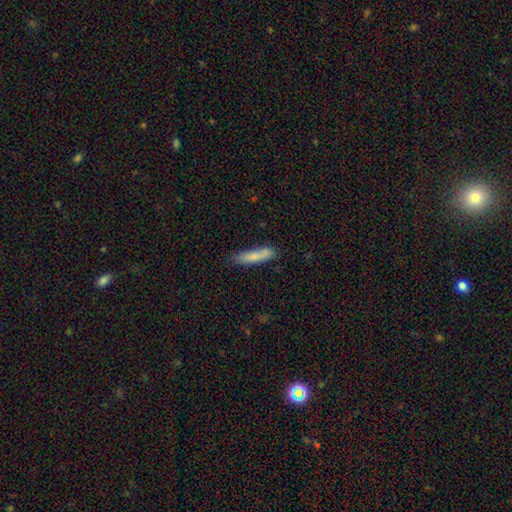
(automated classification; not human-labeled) Q: Smooth or featured?
A: smooth (80%); runner-up: featured or disk (14%)
Q: How rounded?
A: cigar-shaped (85%); runner-up: in between (13%)
Q: Merging?
A: none (77%); runner-up: minor disturbance (17%)